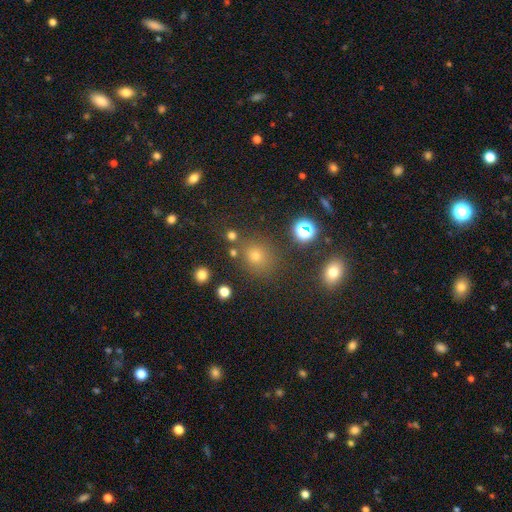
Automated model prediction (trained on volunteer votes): Q: Smooth or featured?
A: smooth (63%); runner-up: star or artifact (27%)
Q: How rounded?
A: round (75%); runner-up: in between (23%)
Q: Merging?
A: none (78%); runner-up: minor disturbance (11%)